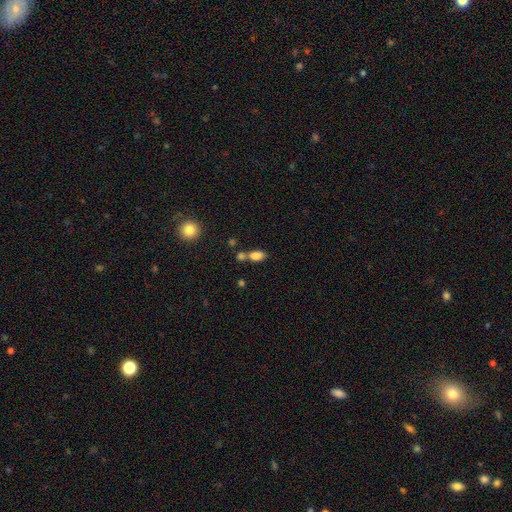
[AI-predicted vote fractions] A smooth galaxy with no disk features (82%) that is in between round and cigar-shaped (87%). Merging: none (45%).